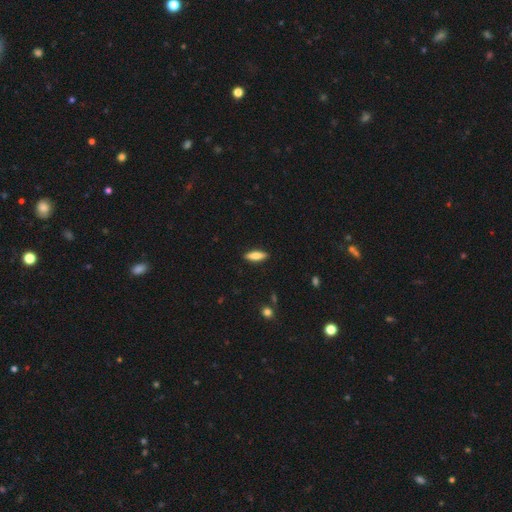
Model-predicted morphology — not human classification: Smooth or featured? Predicted: smooth (p=0.72). How rounded? Predicted: cigar-shaped (p=0.55). Merging? Predicted: none (p=0.89).